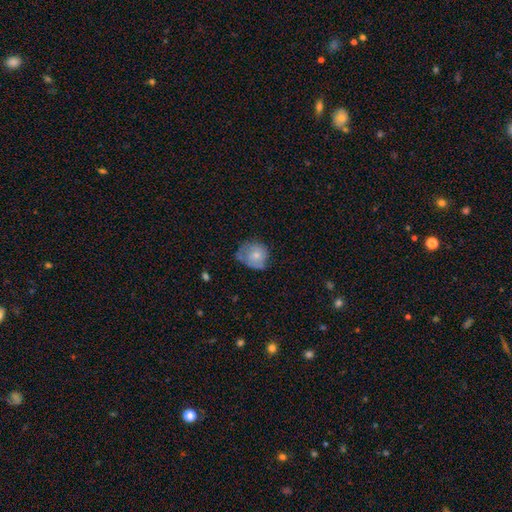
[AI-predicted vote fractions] Smooth or featured: smooth — 65% (featured or disk — 27%)
How rounded: round — 73% (in between — 26%)
Merging: none — 43% (minor disturbance — 37%)